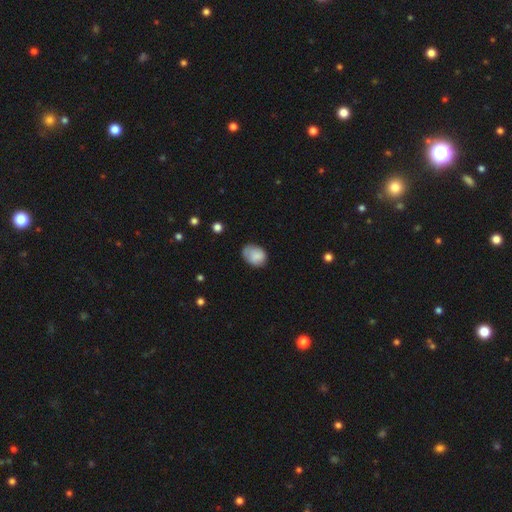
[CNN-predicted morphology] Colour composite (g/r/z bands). It shows a smooth galaxy with no disk features (82%) that is in between round and cigar-shaped (73%). Merging: none (60%).